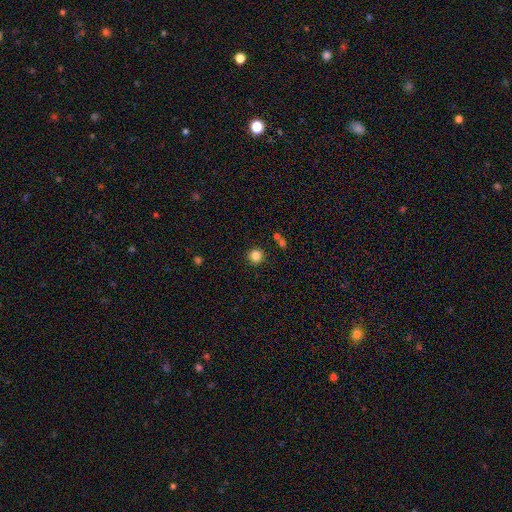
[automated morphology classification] Smooth or featured? Predicted: smooth (p=0.83). How rounded? Predicted: round (p=0.95). Merging? Predicted: none (p=0.90).